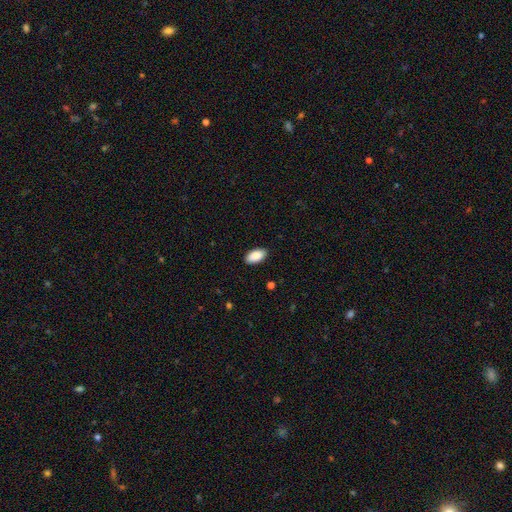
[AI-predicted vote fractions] Smooth or featured? smooth (89%)
How rounded? in between (95%)
Merging? none (89%)